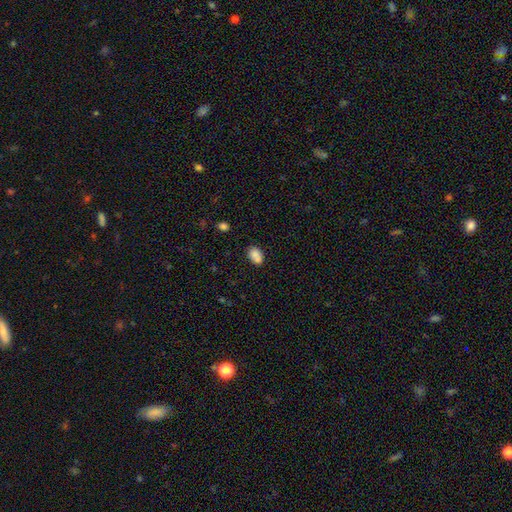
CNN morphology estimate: A smooth galaxy with no disk features (81%) that is in between round and cigar-shaped (79%). Merging: none (52%).